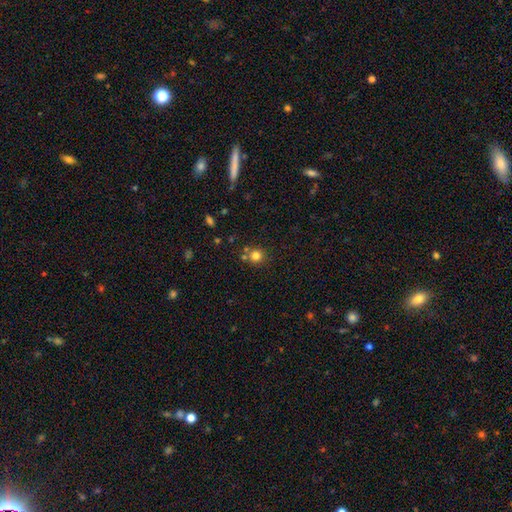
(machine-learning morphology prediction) smooth 79%, star or artifact 14%, featured or disk 7%. Down the decision tree: how rounded — round (90%); merging — none (72%).